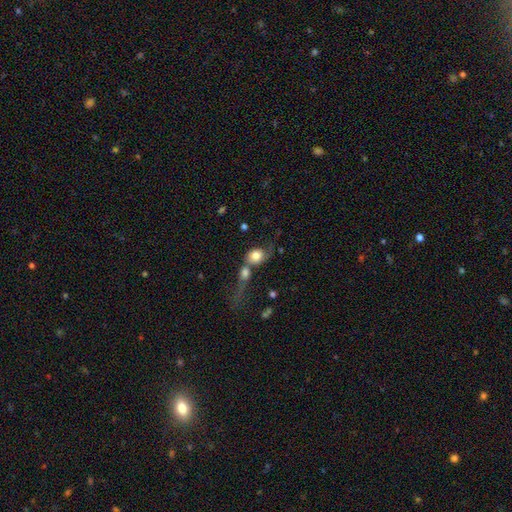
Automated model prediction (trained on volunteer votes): smooth-or-featured: smooth: 70% | featured or disk: 22% | star or artifact: 8%
  how-rounded: round: 63% | in between: 35% | cigar-shaped: 2%
  merging: merger: 57% | none: 18% | major disturbance: 16% | minor disturbance: 9%